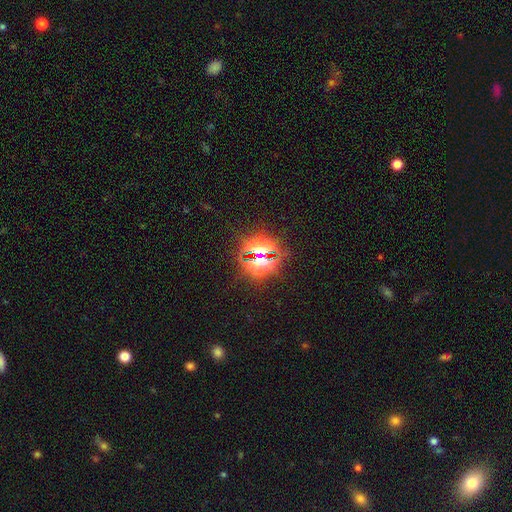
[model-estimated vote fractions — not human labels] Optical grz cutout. It shows a star or artifact, not a galaxy (76%).